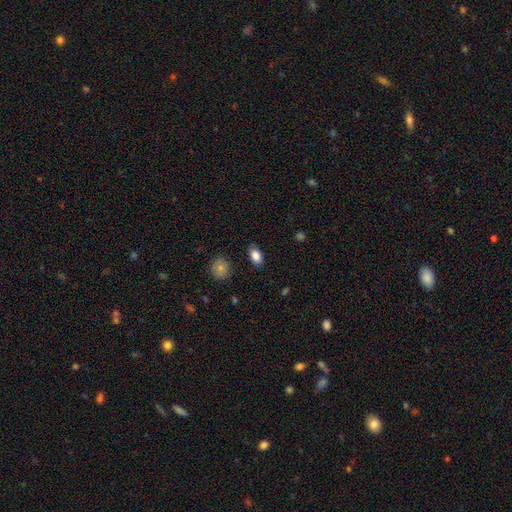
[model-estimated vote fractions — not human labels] Morphology: type=smooth (85%); roundness=in between (90%); merging=none (85%).